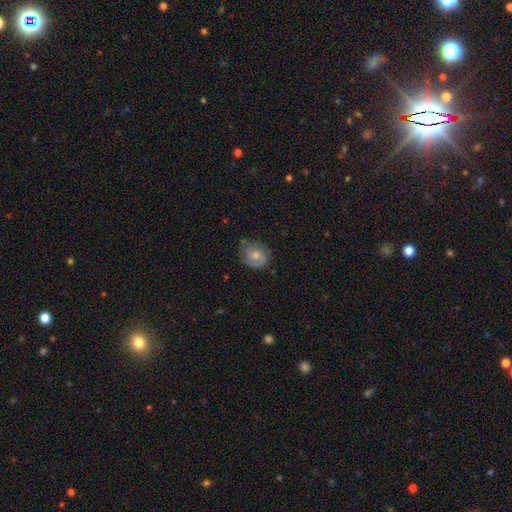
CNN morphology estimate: Smooth or featured? Predicted: smooth (p=0.60). How rounded? Predicted: round (p=0.60). Merging? Predicted: none (p=0.61).